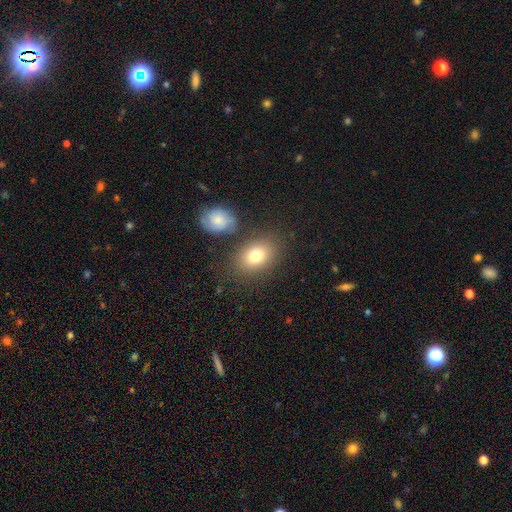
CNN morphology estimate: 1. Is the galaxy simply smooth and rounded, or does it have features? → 79% smooth, 12% featured or disk, 9% star or artifact.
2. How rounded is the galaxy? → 73% in between, 26% round, 1% cigar-shaped.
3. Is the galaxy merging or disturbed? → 76% none, 12% minor disturbance, 8% merger, 4% major disturbance.